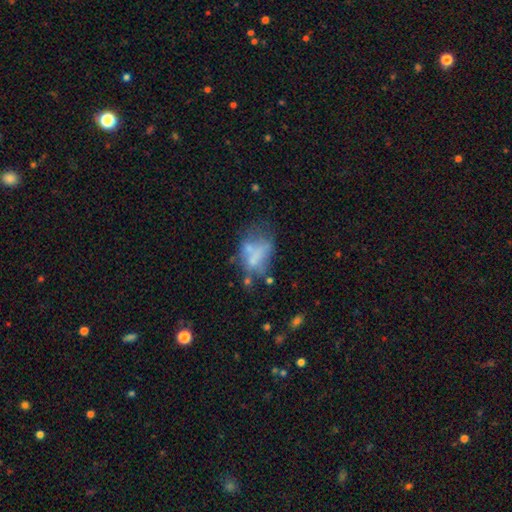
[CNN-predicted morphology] This appears to be a smooth galaxy with no disk features (45%). Merging: major disturbance (29%, tied with none).